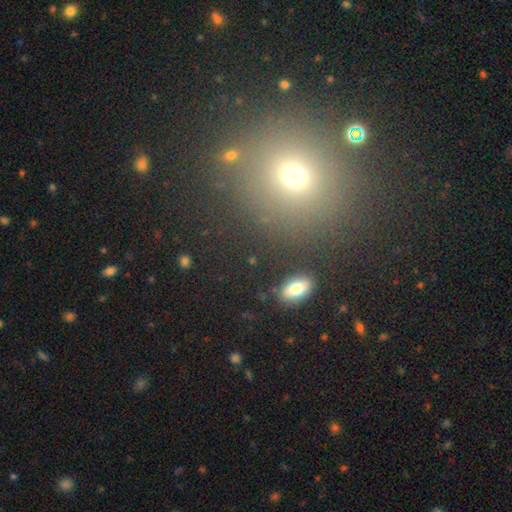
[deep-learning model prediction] smooth_or_featured: smooth (p=0.57) [alt: star or artifact p=0.33]
how_rounded: round (p=0.84) [alt: in between p=0.15]
merging: none (p=0.86) [alt: minor disturbance p=0.07]